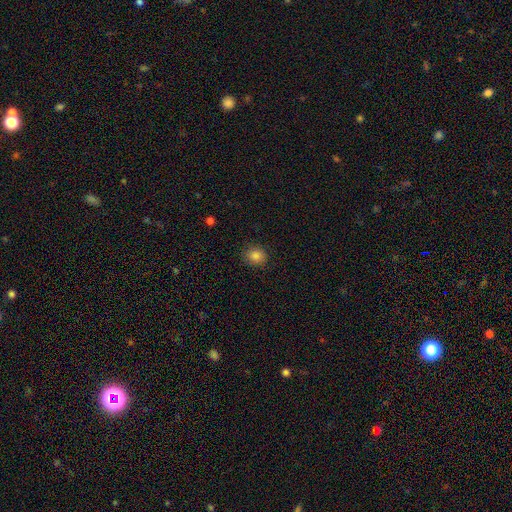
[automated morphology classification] smooth-or-featured: smooth: 85% | star or artifact: 11% | featured or disk: 5%
  how-rounded: round: 74% | in between: 25% | cigar-shaped: 1%
  merging: none: 88% | minor disturbance: 9% | major disturbance: 2% | merger: 1%